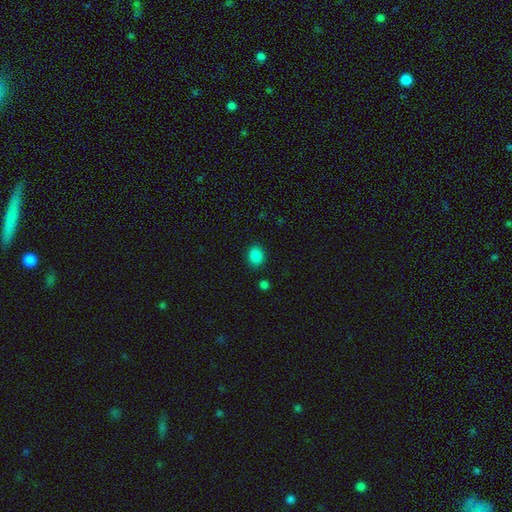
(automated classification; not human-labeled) Smooth or featured? Predicted: smooth (p=0.86). How rounded? Predicted: in between (p=0.55). Merging? Predicted: none (p=0.85).